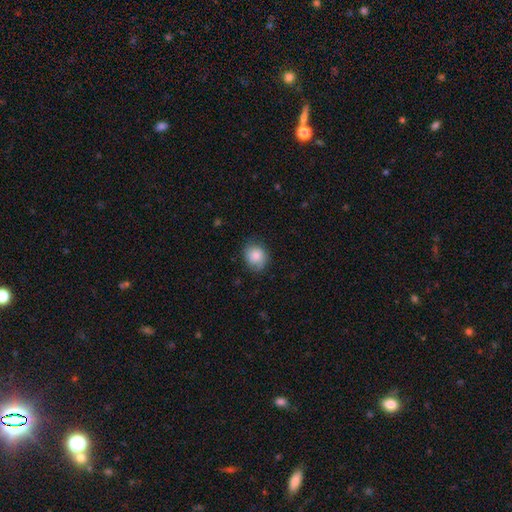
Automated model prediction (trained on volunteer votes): Morphology: type=smooth (82%); roundness=round (72%); merging=none (74%).